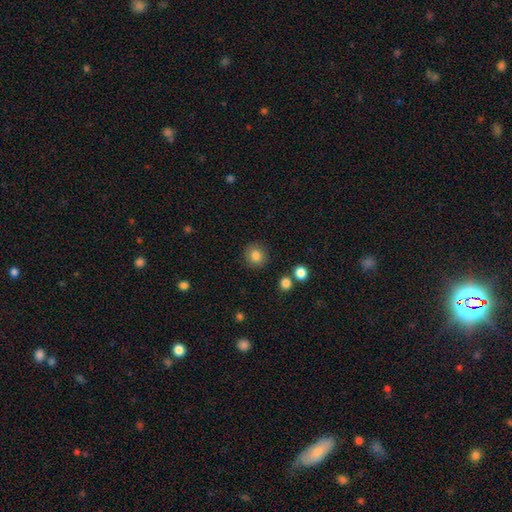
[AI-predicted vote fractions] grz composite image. It shows a smooth galaxy with no disk features (83%) that is round (90%). Merging: none (88%).